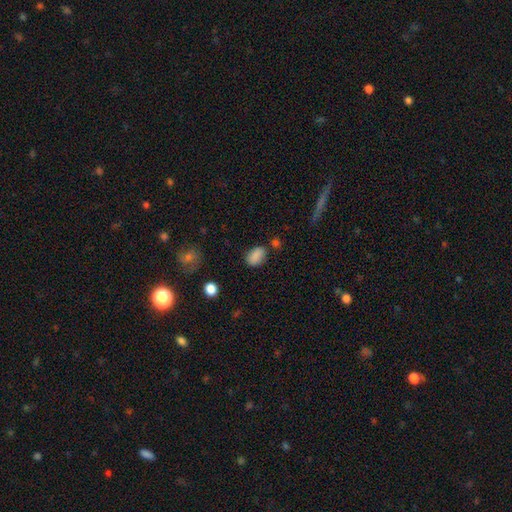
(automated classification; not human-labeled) The model was most divided on "merging": none: 73%, minor disturbance: 17%, merger: 6%, major disturbance: 4%. More confident: smooth or featured — smooth (85%); how rounded — in between (84%).